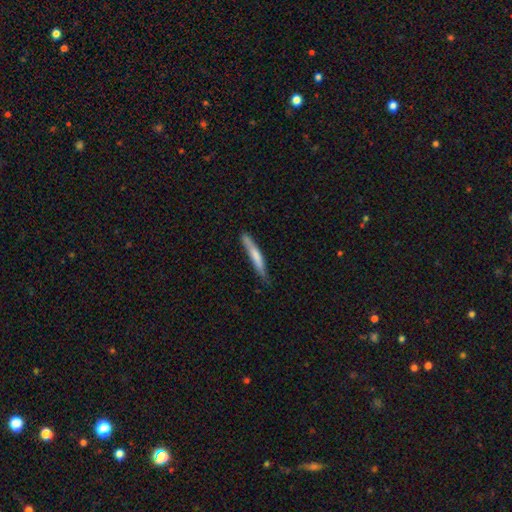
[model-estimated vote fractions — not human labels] This appears to be a smooth galaxy with no disk features (67%) that is cigar-shaped (94%). Merging: none (71%).